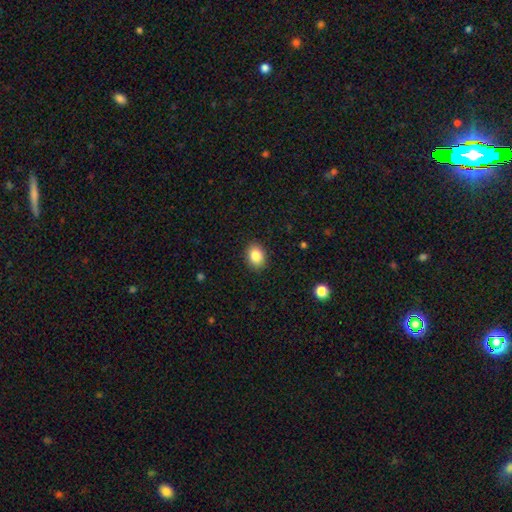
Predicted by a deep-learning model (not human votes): Q: Smooth or featured?
A: smooth (85%); runner-up: star or artifact (9%)
Q: How rounded?
A: in between (61%); runner-up: round (38%)
Q: Merging?
A: none (89%); runner-up: minor disturbance (8%)